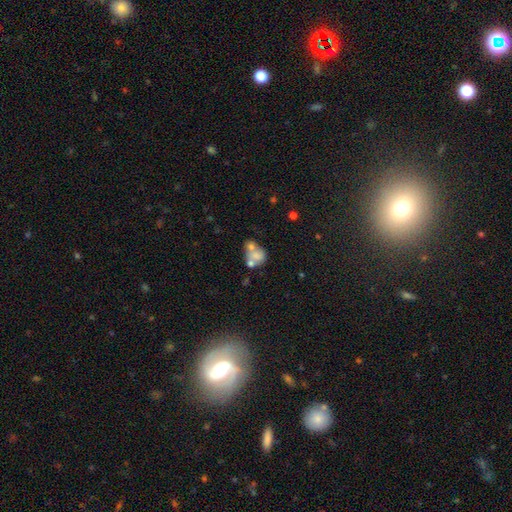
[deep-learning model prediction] Morphology: type=smooth (57%); roundness=in between (53%); merging=merger (53%).